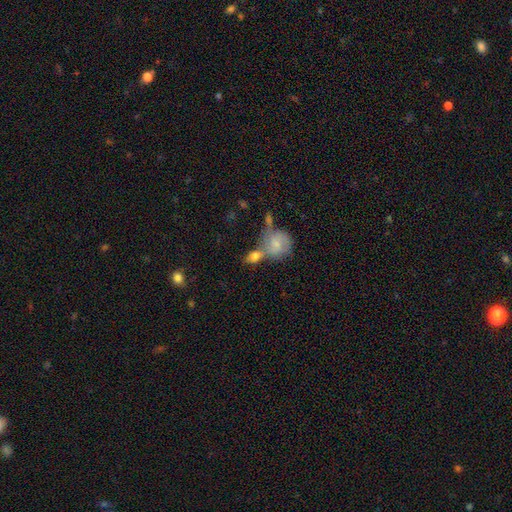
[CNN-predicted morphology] This is likely a smooth galaxy (64%). How rounded: possibly round (48%). Merging: marginally merger (45%).